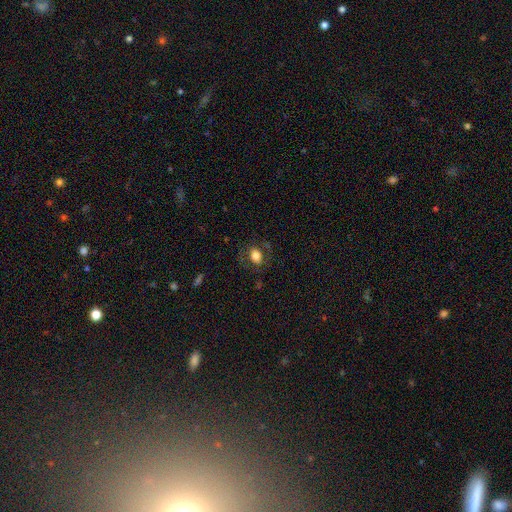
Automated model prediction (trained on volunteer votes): A smooth galaxy with no disk features (74%) that is in between round and cigar-shaped (68%). Merging: none (74%).